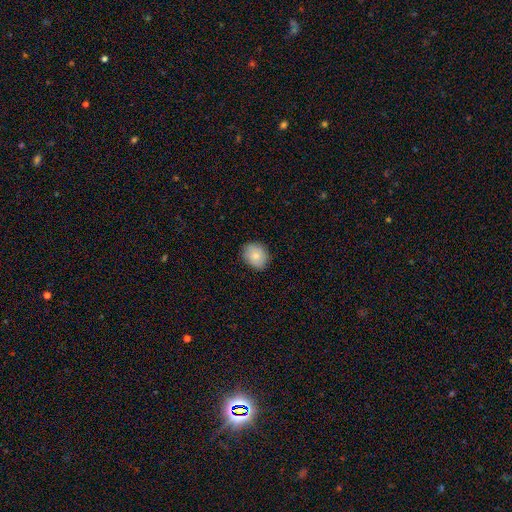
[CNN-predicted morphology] This appears to be a smooth galaxy with no disk features (79%) that is round (62%). Merging: none (84%).